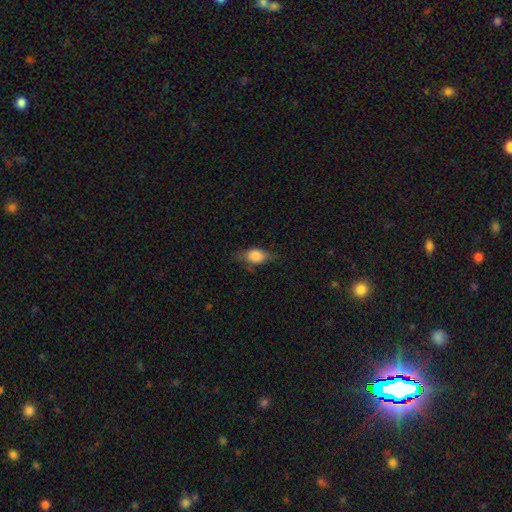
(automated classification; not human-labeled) A smooth galaxy with no disk features (77%) that is in between round and cigar-shaped (79%). Merging: none (60%).